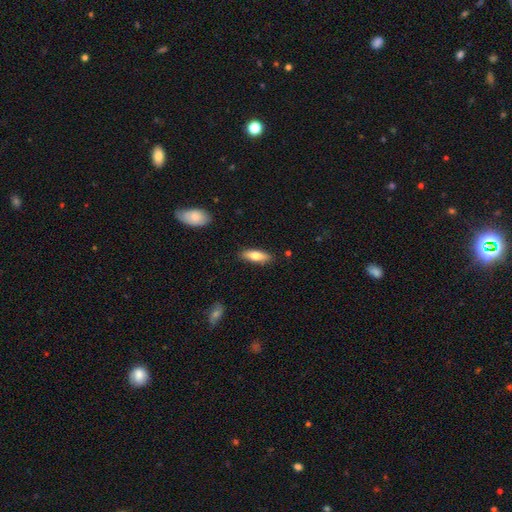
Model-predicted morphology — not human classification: Smooth or featured? Predicted: smooth (p=0.72). How rounded? Predicted: in between (p=0.51). Merging? Predicted: none (p=0.88).